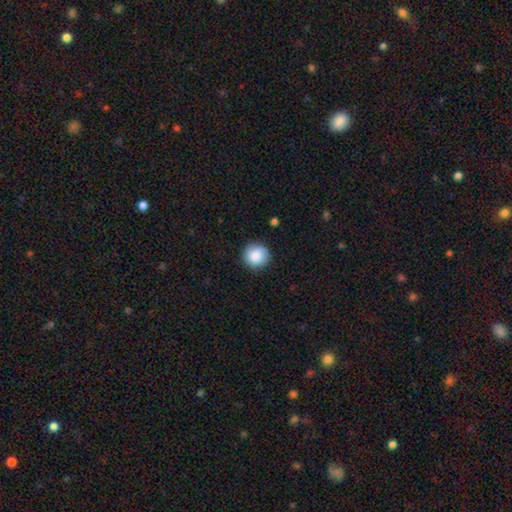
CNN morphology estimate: This appears to be a smooth galaxy with no disk features (87%) that is round (94%). Merging: none (89%).